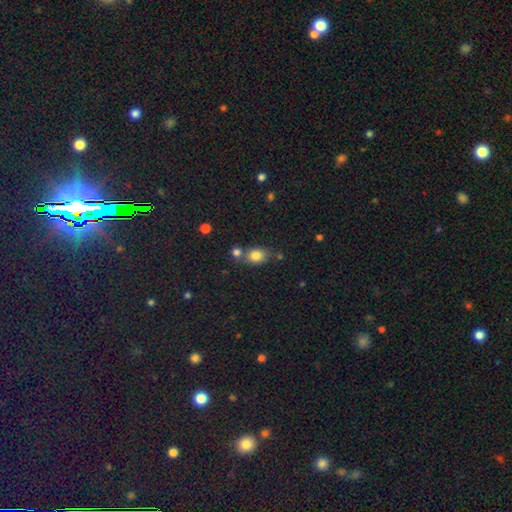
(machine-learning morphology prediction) smooth-or-featured: smooth: 81% | star or artifact: 11% | featured or disk: 8%
  how-rounded: in between: 53% | round: 45% | cigar-shaped: 1%
  merging: none: 57% | merger: 25% | minor disturbance: 13% | major disturbance: 4%